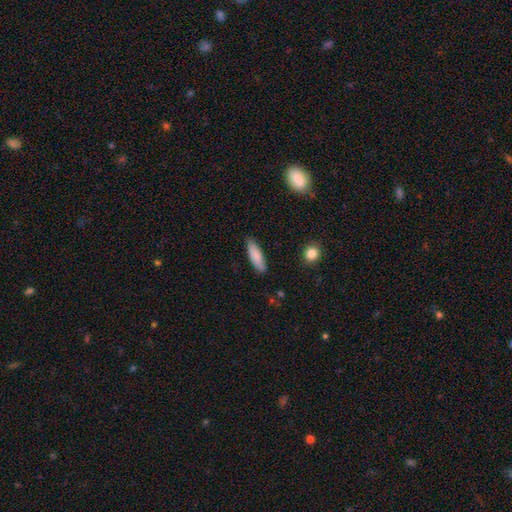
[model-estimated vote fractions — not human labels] Smooth or featured? smooth (84%)
How rounded? cigar-shaped (51%)
Merging? none (86%)